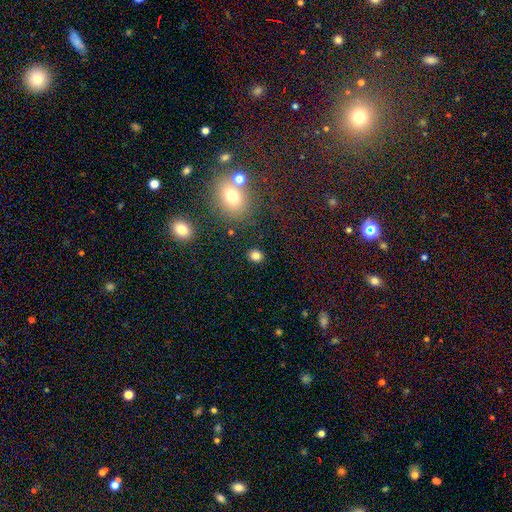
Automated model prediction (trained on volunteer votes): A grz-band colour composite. It shows a smooth galaxy with no disk features (81%) that is round (61%). Merging: none (86%).